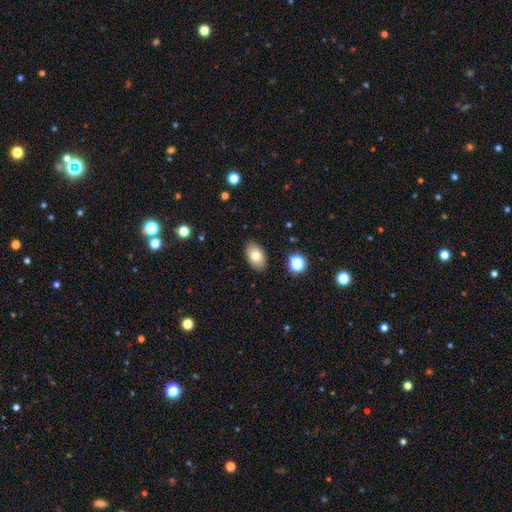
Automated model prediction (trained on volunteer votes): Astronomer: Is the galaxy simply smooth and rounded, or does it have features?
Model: smooth — 77%.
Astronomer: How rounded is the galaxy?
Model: in between — 90%.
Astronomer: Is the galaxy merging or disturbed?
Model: none — 88%.